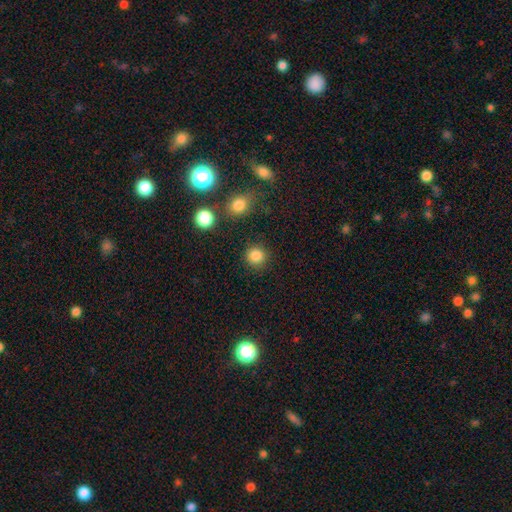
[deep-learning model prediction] Smooth or featured?
  - smooth: 85% *
  - star or artifact: 11%
  - featured or disk: 4%
How rounded?
  - round: 92% *
  - in between: 7%
  - cigar-shaped: 1%
Merging?
  - none: 87% *
  - minor disturbance: 7%
  - merger: 3%
  - major disturbance: 3%